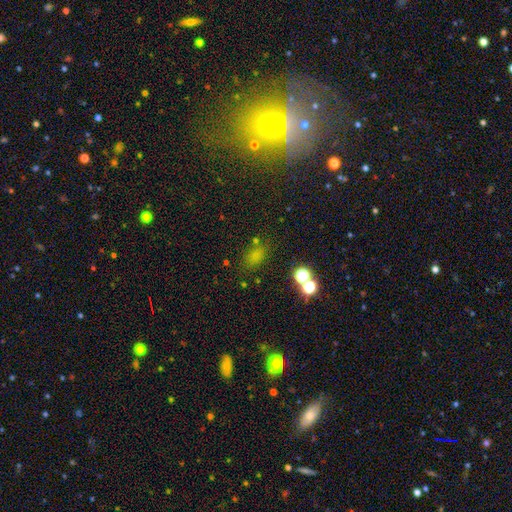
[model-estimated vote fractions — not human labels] This is likely a smooth galaxy (68%). How rounded: likely in between (73%). Merging: likely none (72%).